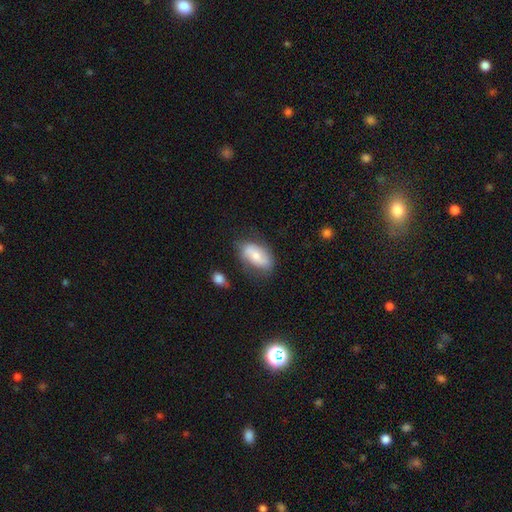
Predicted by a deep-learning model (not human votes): A smooth galaxy with no disk features (60%) that is in between round and cigar-shaped (91%).

Vote fractions:
- Smooth or featured? smooth: 60% / featured or disk: 33% / star or artifact: 7%
- How rounded? in between: 91% / round: 5% / cigar-shaped: 4%
- Merging? none: 63% / minor disturbance: 25% / major disturbance: 8% / merger: 4%